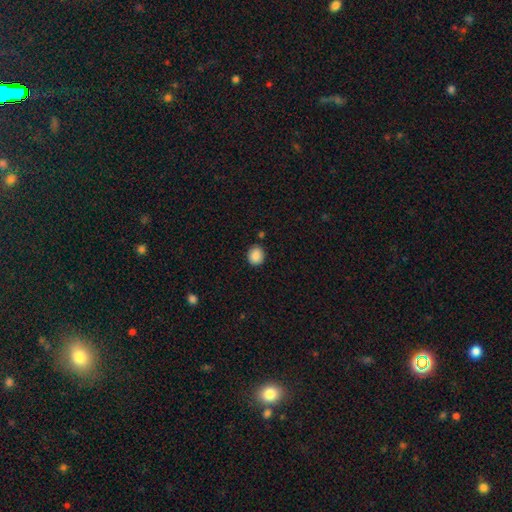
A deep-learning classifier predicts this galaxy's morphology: This is clearly a smooth galaxy (88%). How rounded: likely round (72%). Merging: clearly none (86%).